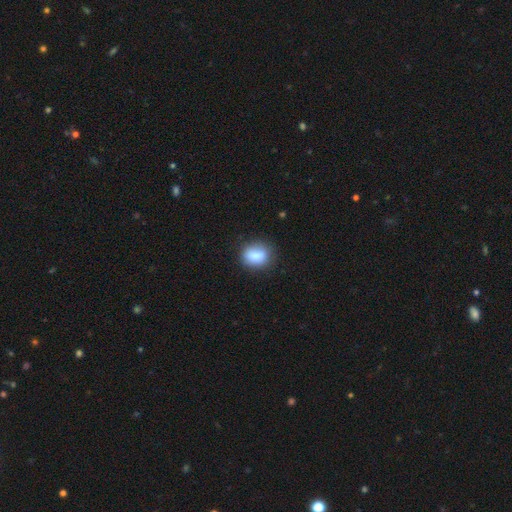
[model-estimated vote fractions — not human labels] Smooth or featured? Predicted: smooth (p=0.85). How rounded? Predicted: in between (p=0.57). Merging? Predicted: none (p=0.80).